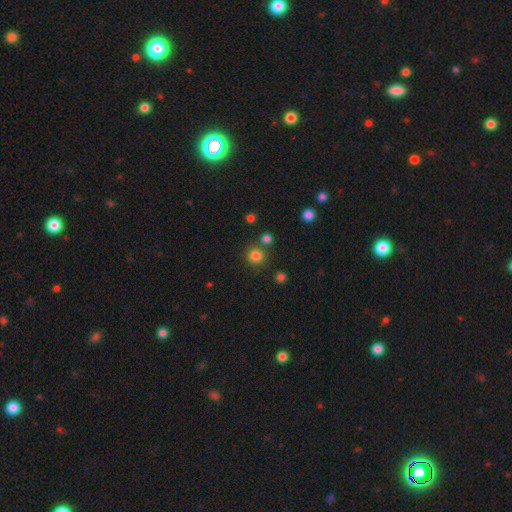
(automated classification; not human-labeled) This is clearly a smooth galaxy (80%). How rounded: clearly round (92%). Merging: likely none (78%).